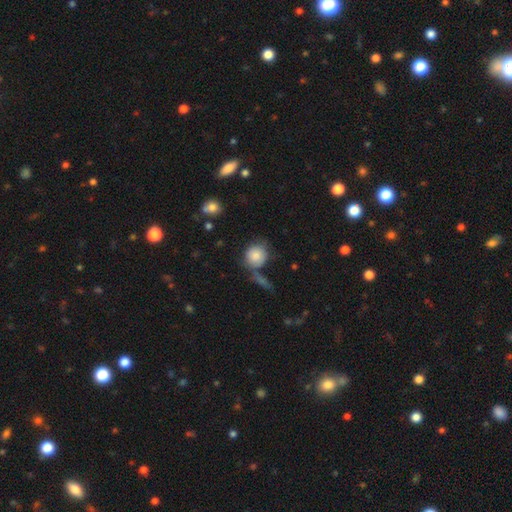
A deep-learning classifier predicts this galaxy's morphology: smooth-or-featured: smooth: 85% | featured or disk: 8% | star or artifact: 7%
  how-rounded: round: 80% | in between: 19% | cigar-shaped: 1%
  merging: none: 56% | minor disturbance: 20% | merger: 16% | major disturbance: 8%